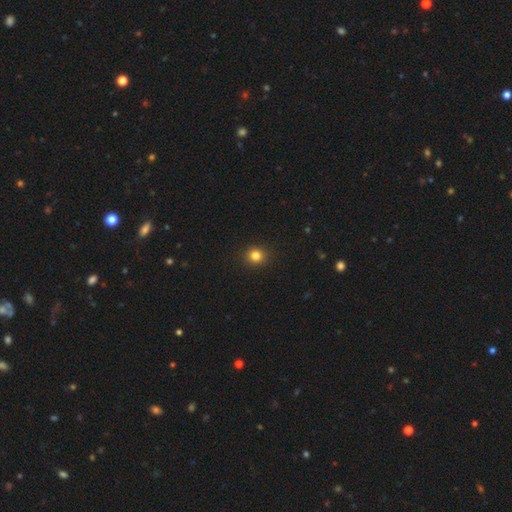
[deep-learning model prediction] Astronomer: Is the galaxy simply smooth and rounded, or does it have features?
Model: smooth — 82%.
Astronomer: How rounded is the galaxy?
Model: round — 87%.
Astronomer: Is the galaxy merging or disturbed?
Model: none — 92%.